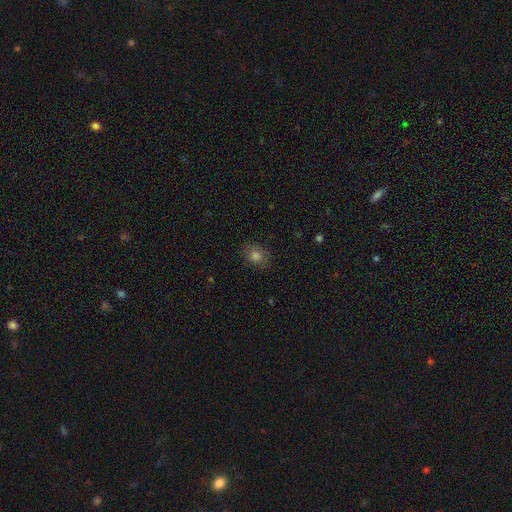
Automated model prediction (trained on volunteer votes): A smooth galaxy with no disk features (77%) that is round (60%).

Vote fractions:
- Smooth or featured? smooth: 77% / star or artifact: 15% / featured or disk: 8%
- How rounded? round: 60% / in between: 39% / cigar-shaped: 1%
- Merging? none: 85% / minor disturbance: 11% / major disturbance: 3% / merger: 1%